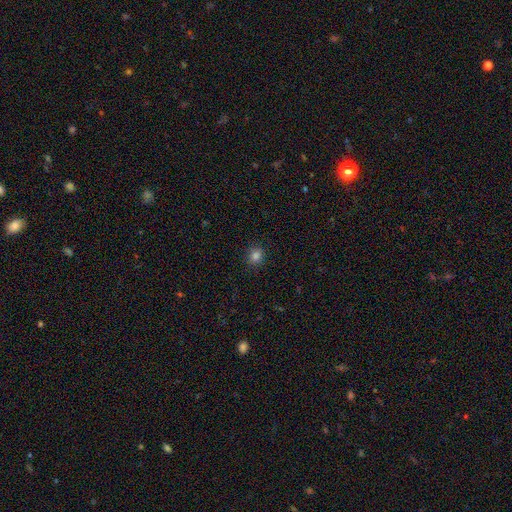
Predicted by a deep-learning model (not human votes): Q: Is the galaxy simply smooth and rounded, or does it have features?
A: smooth — 82%.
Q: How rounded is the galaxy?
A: round — 82%.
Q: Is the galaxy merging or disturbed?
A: none — 90%.